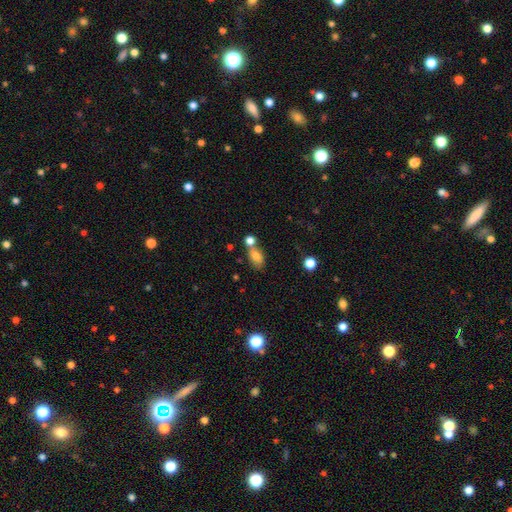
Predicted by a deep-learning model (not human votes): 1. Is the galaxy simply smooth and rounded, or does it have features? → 77% smooth, 12% featured or disk, 10% star or artifact.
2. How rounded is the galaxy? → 84% in between, 12% round, 4% cigar-shaped.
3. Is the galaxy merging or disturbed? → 50% none, 31% merger, 14% minor disturbance, 5% major disturbance.